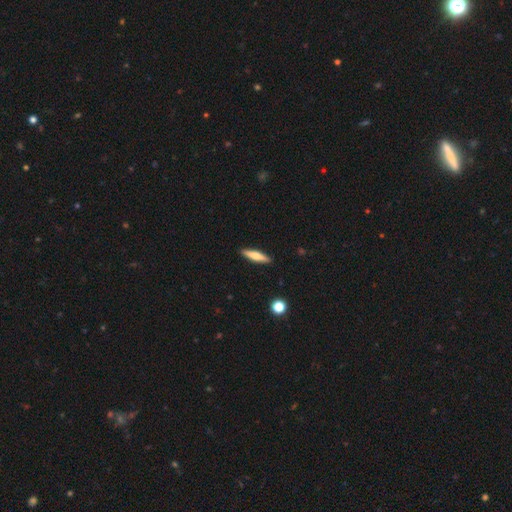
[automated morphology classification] This appears to be a smooth galaxy with no disk features (60%) that is cigar-shaped (80%). Merging: none (91%).